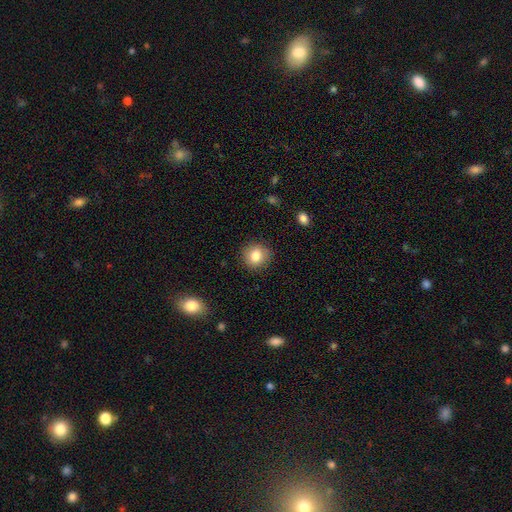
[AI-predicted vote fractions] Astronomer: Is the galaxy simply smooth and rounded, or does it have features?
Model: smooth — 82%.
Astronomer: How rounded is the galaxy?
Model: round — 86%.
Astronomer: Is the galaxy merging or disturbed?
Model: none — 88%.